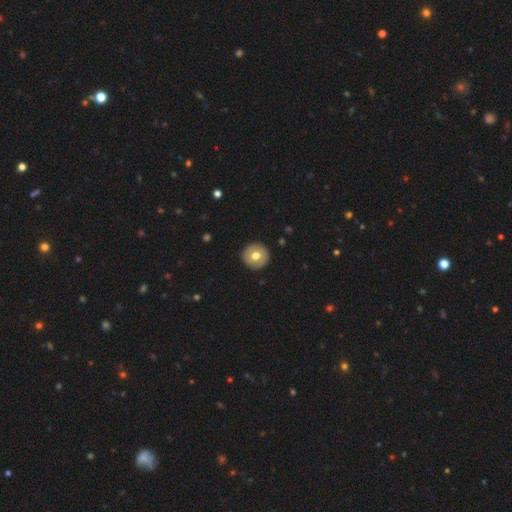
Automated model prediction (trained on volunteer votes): Smooth or featured? Predicted: smooth (p=0.67). How rounded? Predicted: round (p=0.95). Merging? Predicted: none (p=0.91).